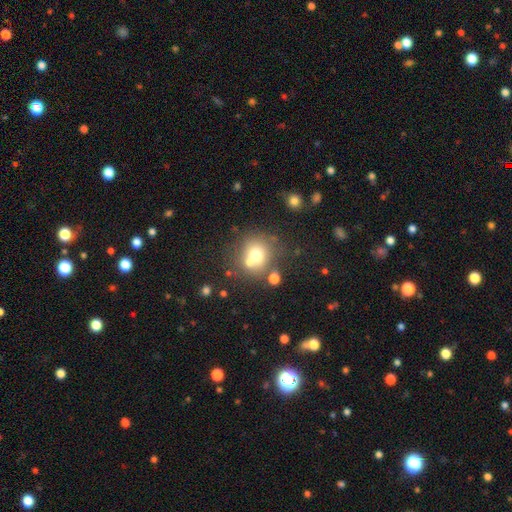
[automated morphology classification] Overall: smooth (68%). How rounded: round (84%). Merging: none (56%; merger 28%).